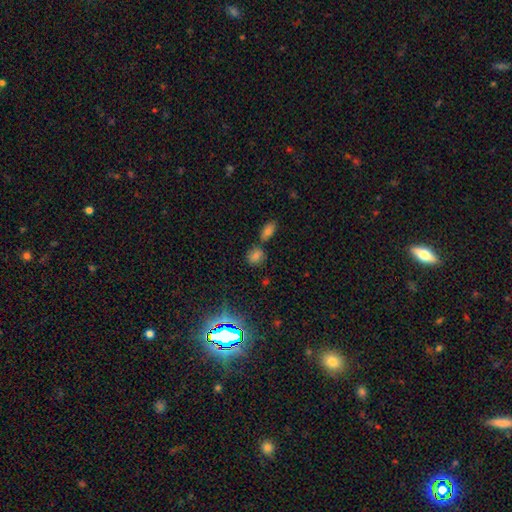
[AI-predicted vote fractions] Smooth or featured?
  - smooth: 70% *
  - star or artifact: 21%
  - featured or disk: 9%
How rounded?
  - round: 54% *
  - in between: 43%
  - cigar-shaped: 2%
Merging?
  - none: 62% *
  - merger: 23%
  - minor disturbance: 11%
  - major disturbance: 4%